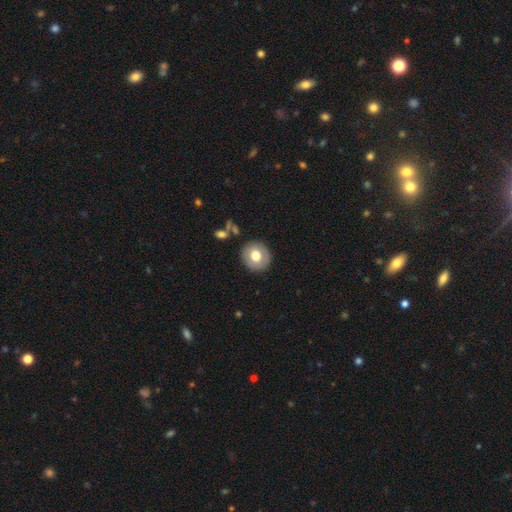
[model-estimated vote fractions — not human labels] A smooth galaxy with no disk features (71%) that is round (87%). Merging: none (88%).